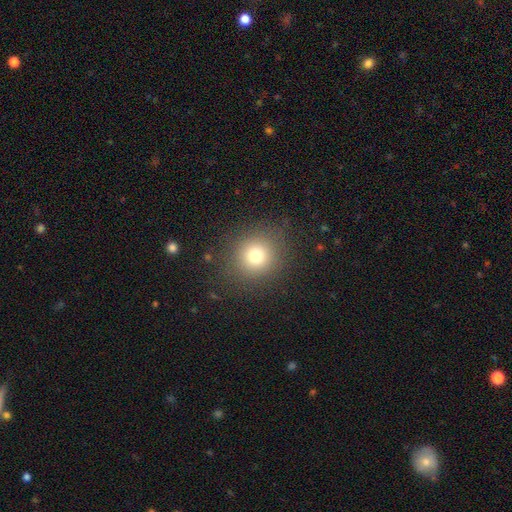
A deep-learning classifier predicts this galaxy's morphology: A smooth galaxy with no disk features (75%) that is round (88%). Merging: none (87%).